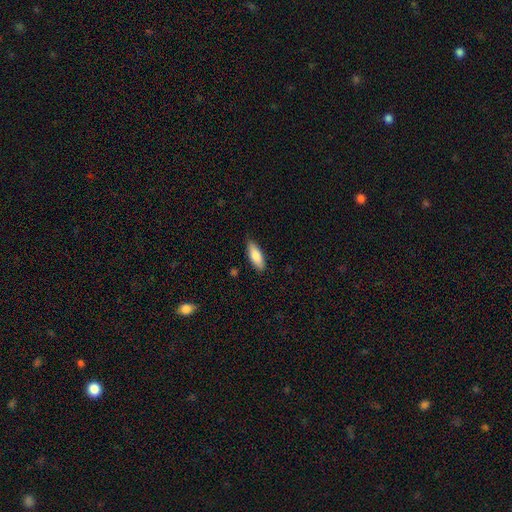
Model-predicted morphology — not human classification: type=smooth (80%); roundness=in between (68%); merging=none (83%).